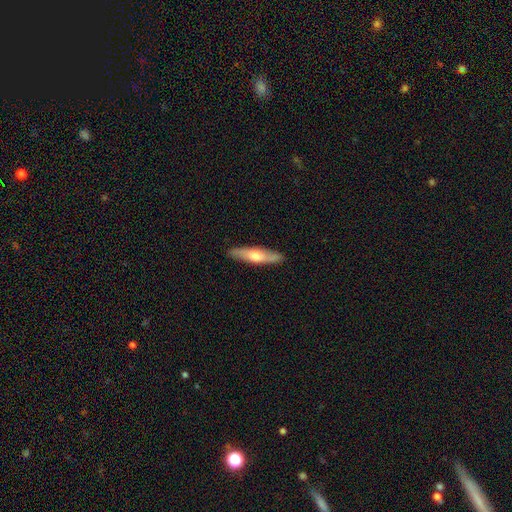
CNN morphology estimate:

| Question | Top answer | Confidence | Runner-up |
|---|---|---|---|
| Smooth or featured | smooth | 49% | featured or disk (45%) |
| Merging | none | 90% | minor disturbance (8%) |